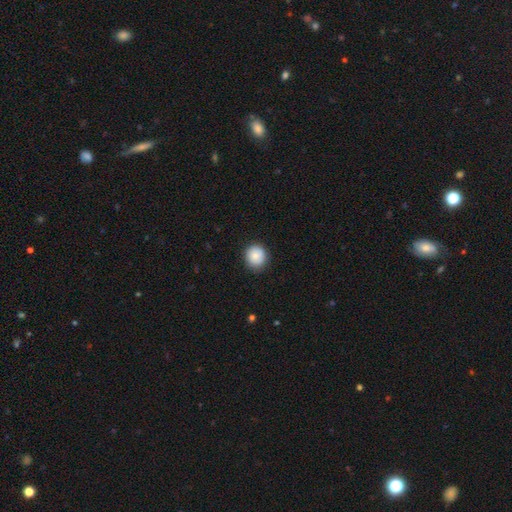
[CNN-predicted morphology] Smooth or featured?
  - smooth: 81% *
  - featured or disk: 11%
  - star or artifact: 8%
How rounded?
  - round: 87% *
  - in between: 12%
  - cigar-shaped: 1%
Merging?
  - none: 85% *
  - minor disturbance: 12%
  - major disturbance: 2%
  - merger: 1%